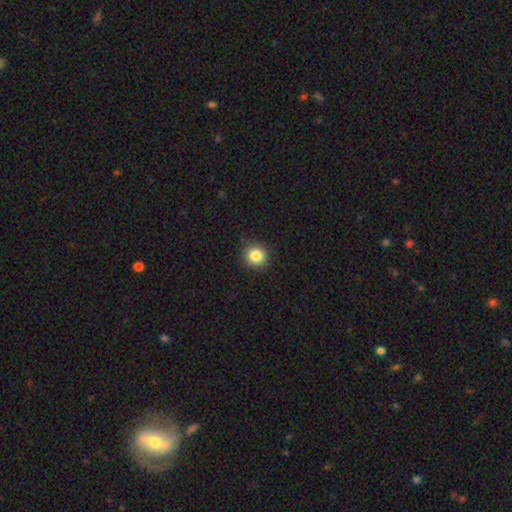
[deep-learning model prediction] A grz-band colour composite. It shows a smooth galaxy with no disk features (85%) that is round (92%). Merging: none (90%).